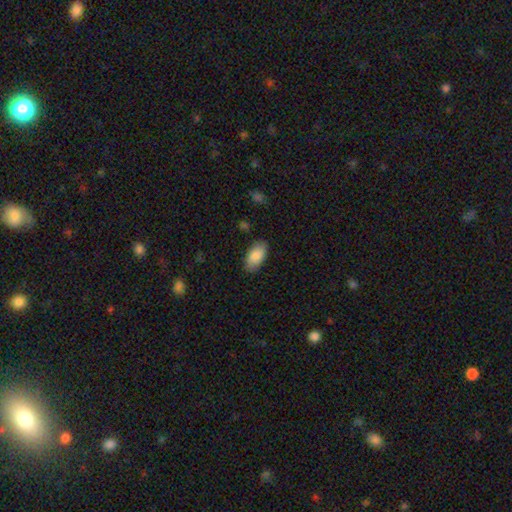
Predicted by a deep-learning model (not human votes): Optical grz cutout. It shows a smooth galaxy with no disk features (88%) that is in between round and cigar-shaped (94%). Merging: none (85%).